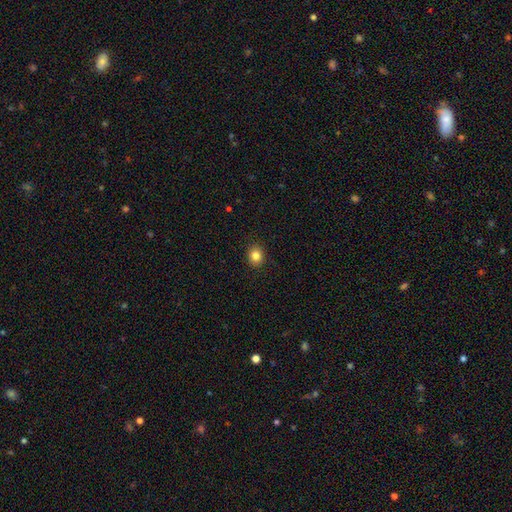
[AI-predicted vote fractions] Smooth or featured: smooth — 84% (star or artifact — 11%)
How rounded: round — 70% (in between — 30%)
Merging: none — 91% (minor disturbance — 7%)